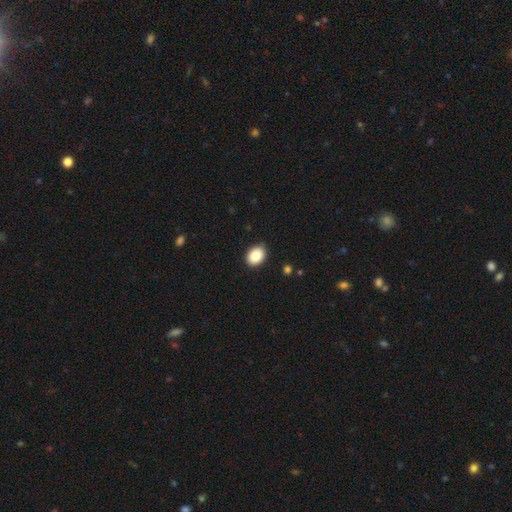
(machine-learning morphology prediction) Smooth or featured: smooth — 87% (star or artifact — 8%)
How rounded: in between — 69% (round — 30%)
Merging: none — 88% (minor disturbance — 9%)